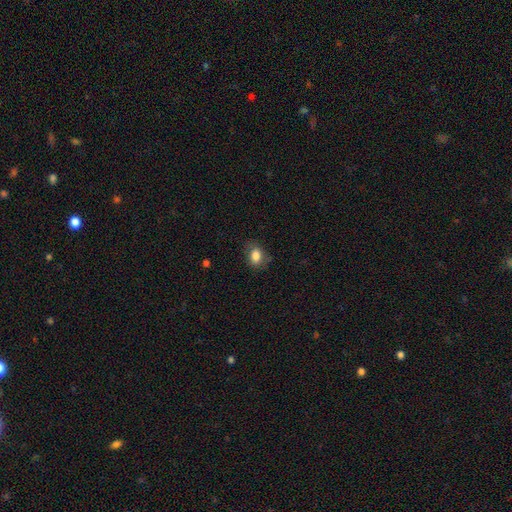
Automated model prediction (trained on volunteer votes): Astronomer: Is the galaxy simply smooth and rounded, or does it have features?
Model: smooth — 82%.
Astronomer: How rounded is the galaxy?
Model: in between — 76%.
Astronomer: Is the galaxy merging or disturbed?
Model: none — 73%.